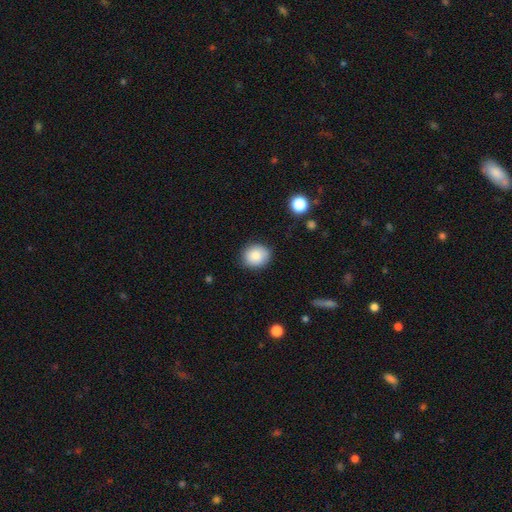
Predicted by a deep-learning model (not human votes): smooth 86%, star or artifact 8%, featured or disk 6%. Down the decision tree: how rounded — round (74%); merging — none (85%).